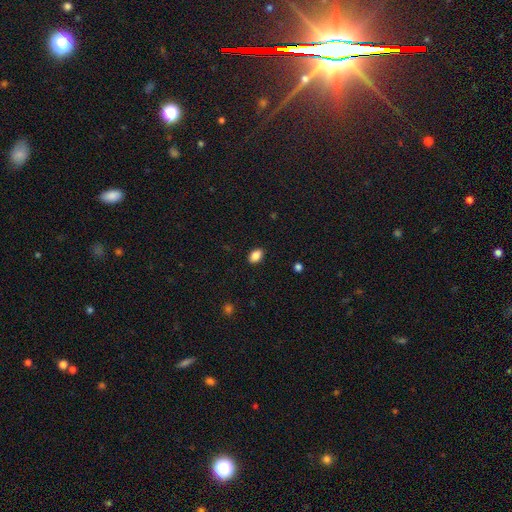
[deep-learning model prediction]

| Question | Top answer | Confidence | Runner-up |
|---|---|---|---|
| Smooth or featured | smooth | 87% | star or artifact (9%) |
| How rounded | in between | 85% | round (13%) |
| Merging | none | 89% | minor disturbance (8%) |